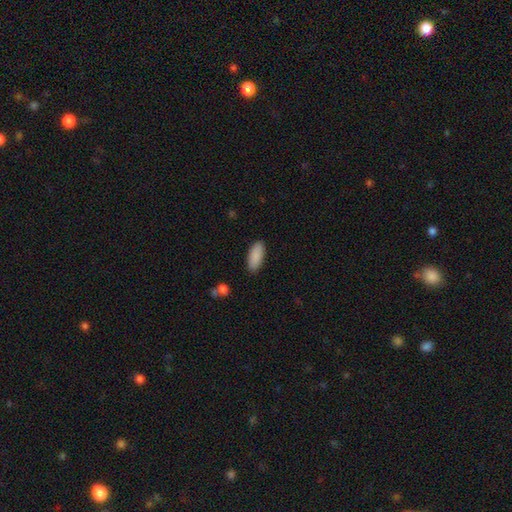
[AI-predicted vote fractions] Smooth or featured?
  - smooth: 90% *
  - star or artifact: 6%
  - featured or disk: 4%
How rounded?
  - in between: 83% *
  - cigar-shaped: 15%
  - round: 2%
Merging?
  - none: 88% *
  - minor disturbance: 9%
  - major disturbance: 2%
  - merger: 1%